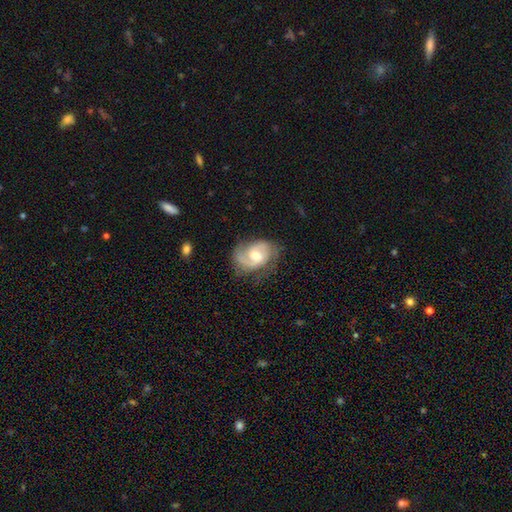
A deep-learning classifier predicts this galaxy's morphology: This is likely a featured or disk galaxy (77%). It is clearly not viewed edge-on (97%). Bar: possibly weak (49%). Spiral arm pattern: clearly yes (93%). Spiral arm count: likely 2 (67%). Spiral winding: possibly medium (48%). Central bulge: likely moderate (65%). Merging: likely none (61%).